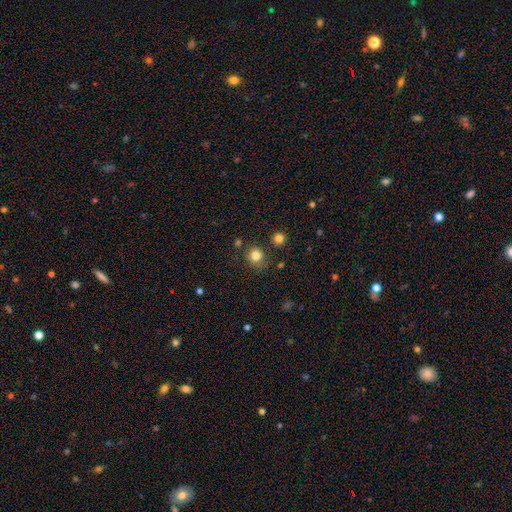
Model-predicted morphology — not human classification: smooth 81%, star or artifact 13%, featured or disk 6%. Down the decision tree: how rounded — round (86%); merging — none (79%).